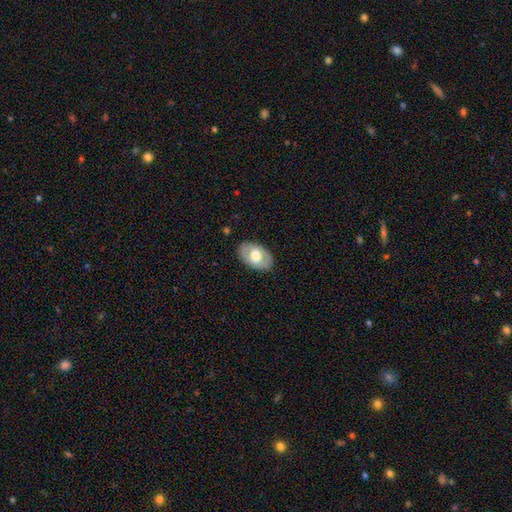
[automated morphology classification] A smooth galaxy with no disk features (52%) that is in between round and cigar-shaped (89%).

Vote fractions:
- Smooth or featured? smooth: 52% / featured or disk: 43% / star or artifact: 6%
- How rounded? in between: 89% / round: 10% / cigar-shaped: 1%
- Merging? none: 83% / minor disturbance: 12% / major disturbance: 3% / merger: 1%